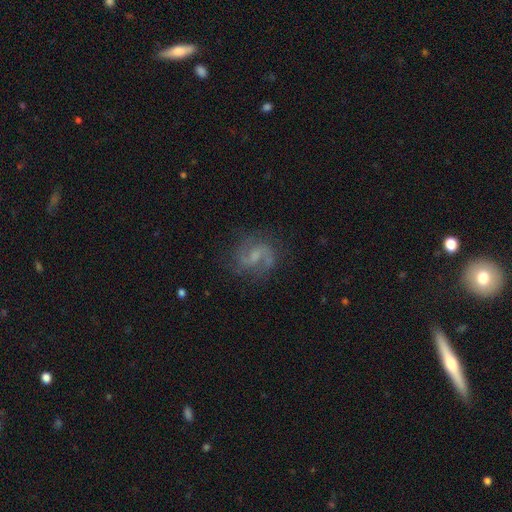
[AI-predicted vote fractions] The model was most divided on "spiral winding": medium: 54%, loose: 31%, tight: 15%. Remaining: edge-on disk — no (98%); spiral arms — yes (95%); spiral arm count — 2 (88%); smooth or featured — featured or disk (82%); merging — none (77%); bar — weak (55%); bulge size — small (49%).